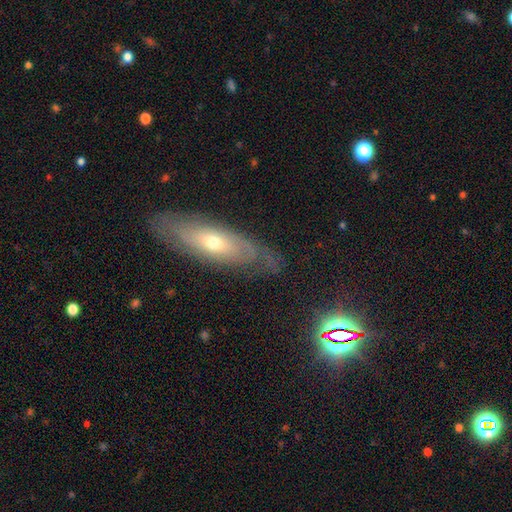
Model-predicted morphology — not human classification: This is likely a featured or disk galaxy (65%). It is likely not viewed edge-on (68%). Merging: clearly none (80%).